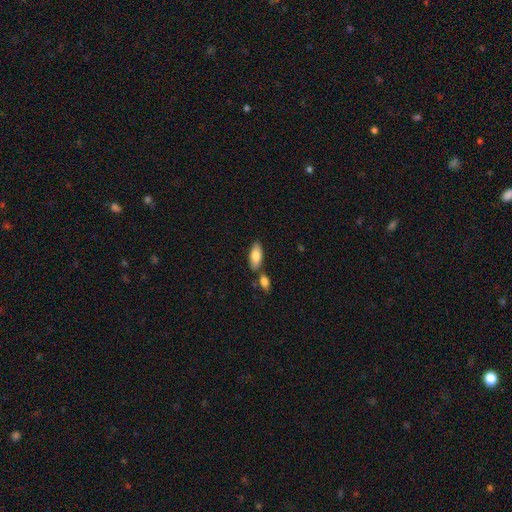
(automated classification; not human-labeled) A smooth galaxy with no disk features (82%) that is in between round and cigar-shaped (86%). Merging: none (71%).